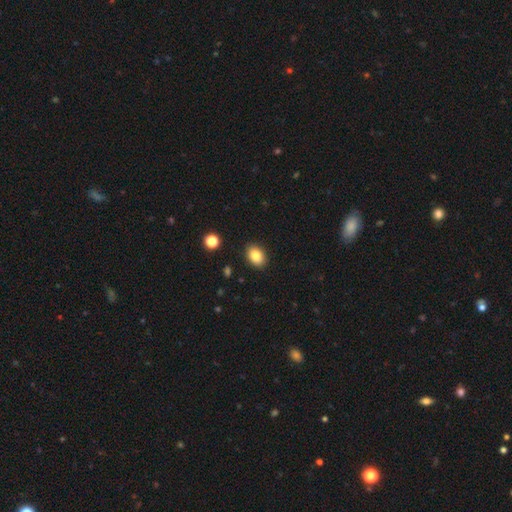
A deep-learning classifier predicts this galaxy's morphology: type=smooth (84%); roundness=in between (78%); merging=none (88%).